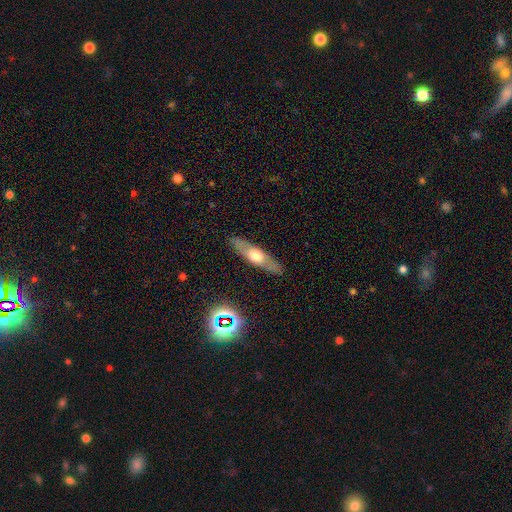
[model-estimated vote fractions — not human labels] A featured or disk galaxy (54%) viewed edge-on (80%). Merging: none (88%).